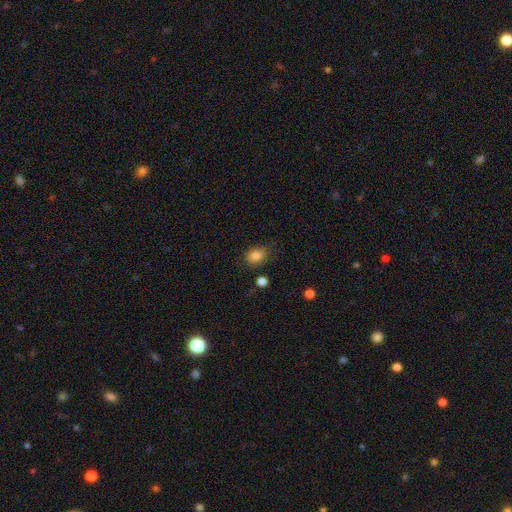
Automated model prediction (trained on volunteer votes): Morphology: type=smooth (85%); roundness=in between (67%); merging=none (77%).